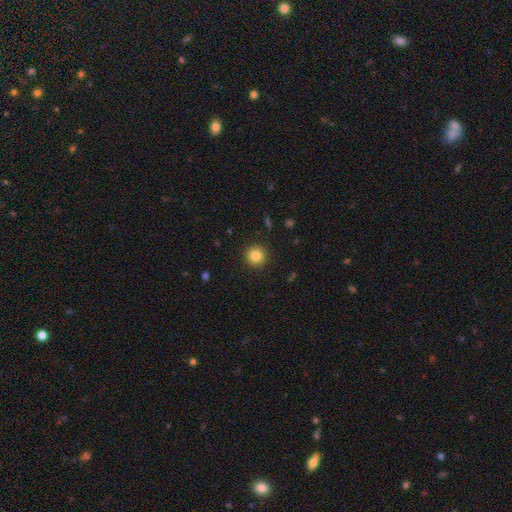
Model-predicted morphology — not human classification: Smooth or featured? smooth (84%)
How rounded? round (94%)
Merging? none (92%)